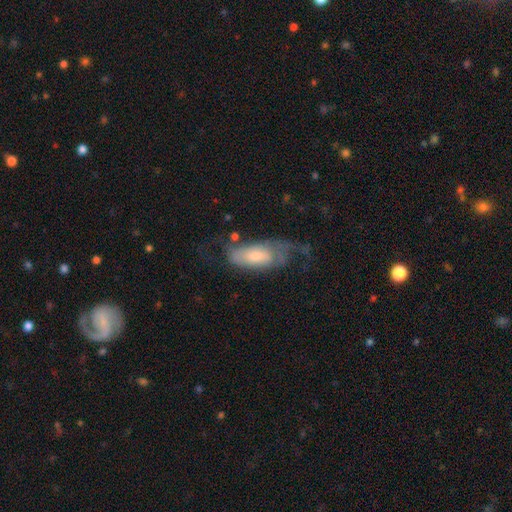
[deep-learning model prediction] featured or disk 52%, smooth 41%, star or artifact 7%. Down the decision tree: edge-on disk — no (88%); merging — major disturbance (38%).